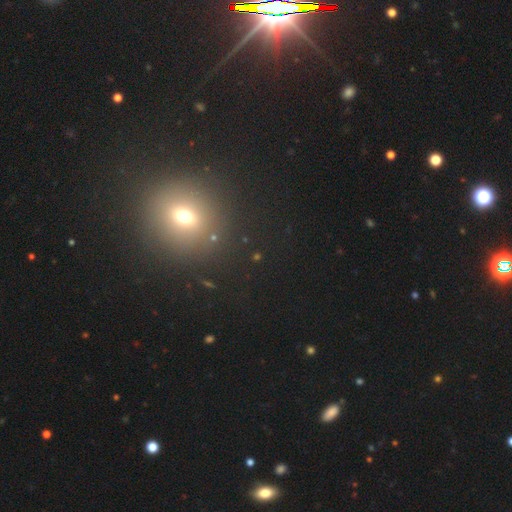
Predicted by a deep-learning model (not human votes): The model was most divided on "smooth or featured": star or artifact: 47%, smooth: 44%, featured or disk: 10%.